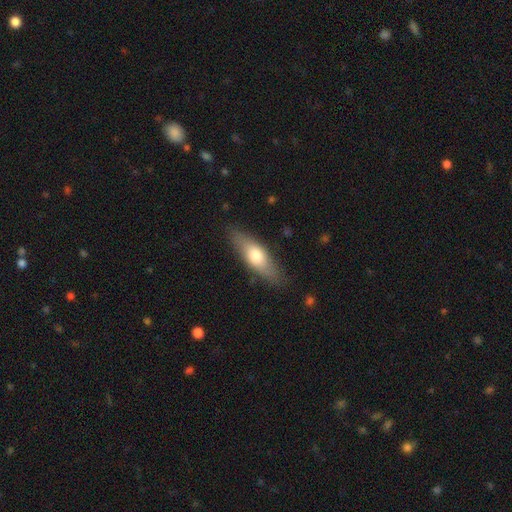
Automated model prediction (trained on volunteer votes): A smooth galaxy with no disk features (64%) that is in between round and cigar-shaped (55%). Merging: none (83%).